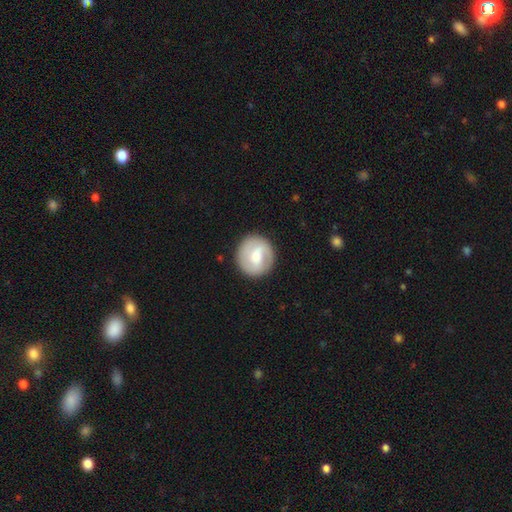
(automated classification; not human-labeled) Smooth or featured: featured or disk — 50% (smooth — 44%)
Edge-on disk: no — 97% (yes — 3%)
Merging: none — 87% (minor disturbance — 9%)